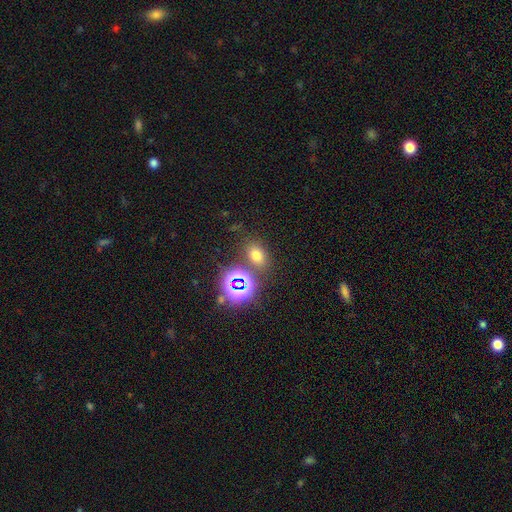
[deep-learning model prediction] A smooth galaxy with no disk features (63%) that is in between round and cigar-shaped (67%).

Vote fractions:
- Smooth or featured? smooth: 63% / star or artifact: 28% / featured or disk: 9%
- How rounded? in between: 67% / round: 32% / cigar-shaped: 2%
- Merging? none: 76% / minor disturbance: 10% / merger: 9% / major disturbance: 4%